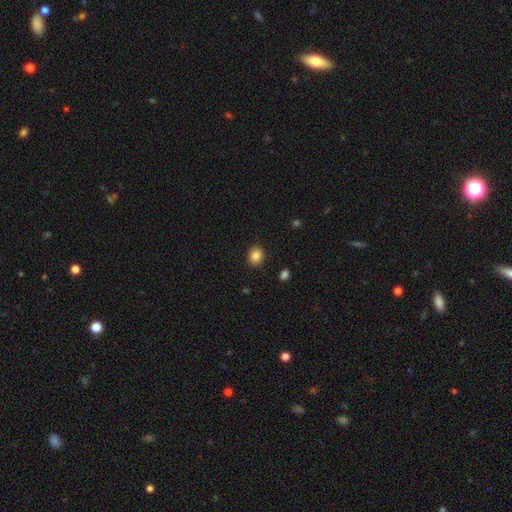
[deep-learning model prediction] Overall: smooth (85%). How rounded: round (68%; in between 31%). Merging: none (90%).